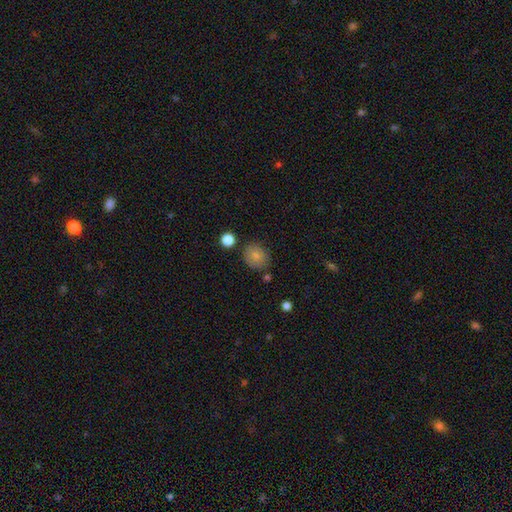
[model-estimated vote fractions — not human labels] smooth-or-featured: smooth: 83% | star or artifact: 9% | featured or disk: 8%
  how-rounded: round: 75% | in between: 24% | cigar-shaped: 1%
  merging: none: 77% | minor disturbance: 15% | merger: 5% | major disturbance: 4%